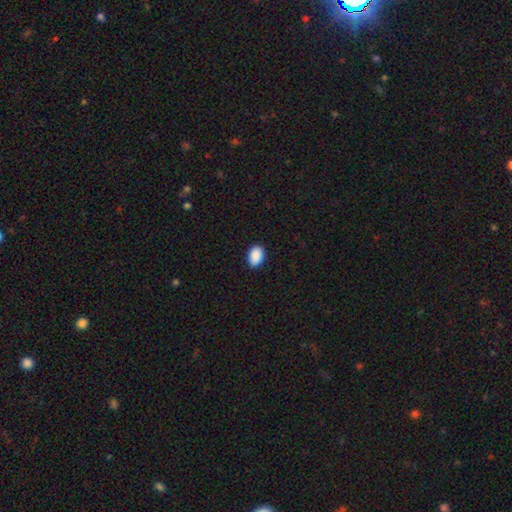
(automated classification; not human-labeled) smooth 91%, star or artifact 7%, featured or disk 2%. Down the decision tree: how rounded — in between (85%); merging — none (88%).